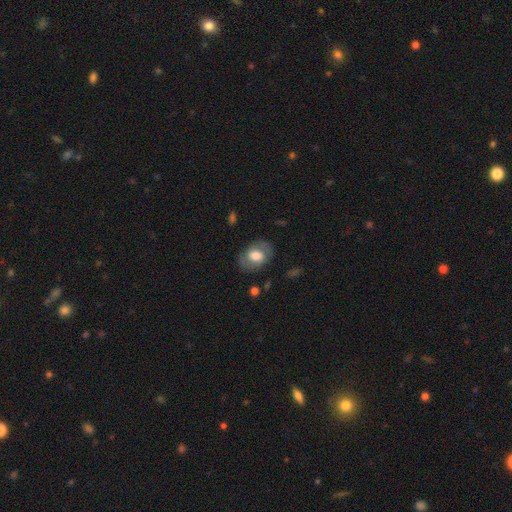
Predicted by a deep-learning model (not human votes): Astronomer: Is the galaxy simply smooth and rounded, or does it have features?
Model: smooth — 52% (runner-up: featured or disk, 41%).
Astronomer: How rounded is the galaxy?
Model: in between — 70%.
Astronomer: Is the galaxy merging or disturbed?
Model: none — 77%.